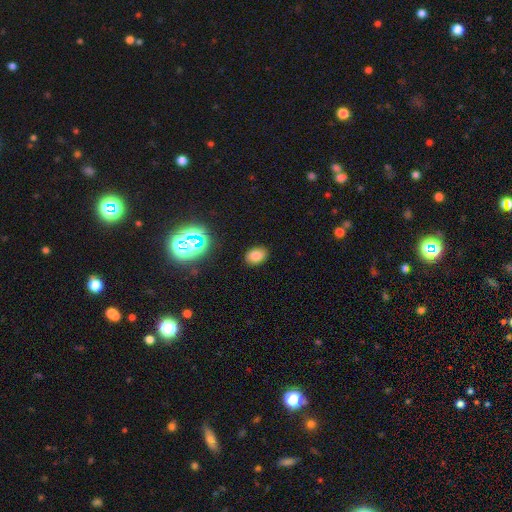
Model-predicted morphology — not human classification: This appears to be a smooth galaxy with no disk features (76%) that is in between round and cigar-shaped (73%). Merging: none (86%).